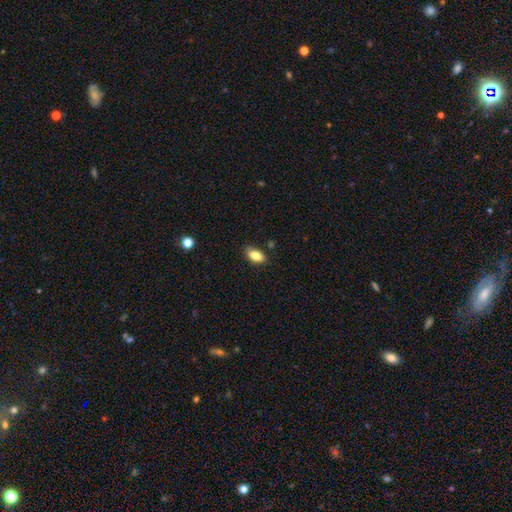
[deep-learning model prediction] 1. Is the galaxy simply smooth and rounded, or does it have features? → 84% smooth, 8% featured or disk, 8% star or artifact.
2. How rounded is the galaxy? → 90% in between, 6% cigar-shaped, 5% round.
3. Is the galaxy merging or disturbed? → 80% none, 16% minor disturbance, 3% major disturbance, 2% merger.